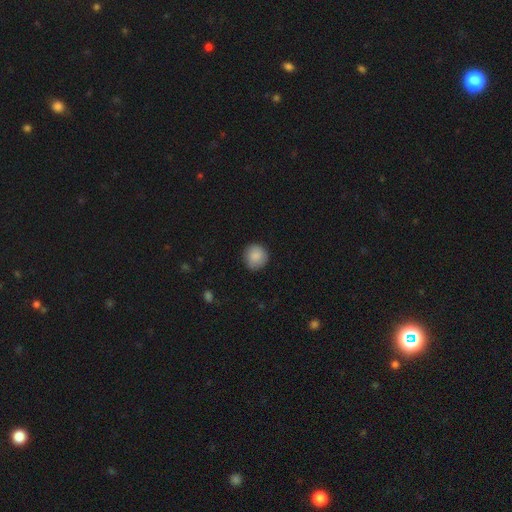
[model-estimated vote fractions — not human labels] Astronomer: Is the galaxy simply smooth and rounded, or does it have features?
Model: smooth — 87%.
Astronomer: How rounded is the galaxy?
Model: round — 92%.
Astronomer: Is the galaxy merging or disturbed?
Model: none — 86%.